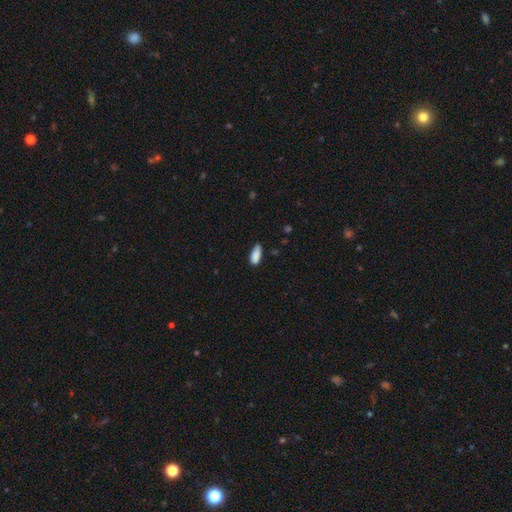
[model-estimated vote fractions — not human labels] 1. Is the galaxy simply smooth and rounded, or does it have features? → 88% smooth, 7% star or artifact, 5% featured or disk.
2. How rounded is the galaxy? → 82% in between, 16% cigar-shaped, 2% round.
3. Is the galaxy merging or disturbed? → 68% none, 26% minor disturbance, 4% major disturbance, 2% merger.